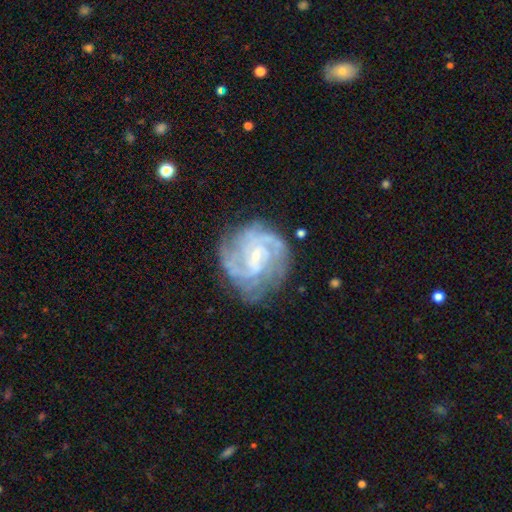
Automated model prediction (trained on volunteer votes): Overall: featured or disk (87%). Edge-on disk: no (98%). Bar: weak (46%; no 41%). Spiral arms: yes (96%). Spiral arm count: can't tell (28%; 2 23%). Spiral winding: tight (58%; medium 35%). Bulge size: small (76%). Merging: none (72%).